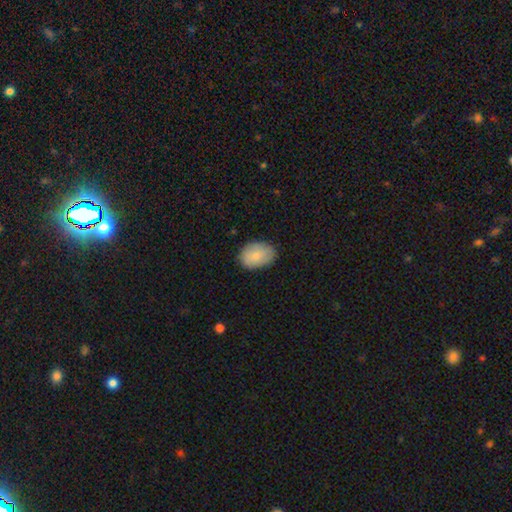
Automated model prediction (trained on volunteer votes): This is clearly a smooth galaxy (82%). How rounded: likely in between (79%). Merging: clearly none (81%).